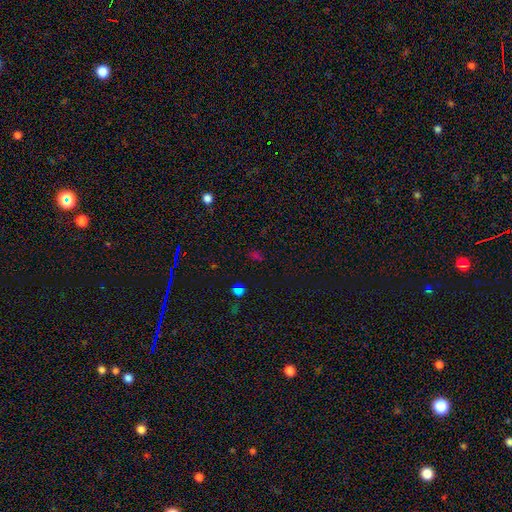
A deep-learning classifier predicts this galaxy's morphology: Smooth or featured? Predicted: star or artifact (p=0.52).